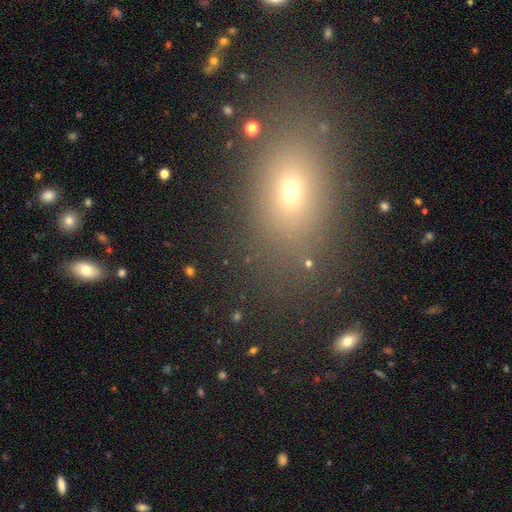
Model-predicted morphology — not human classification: type=smooth (60%); roundness=in between (69%); merging=none (84%).